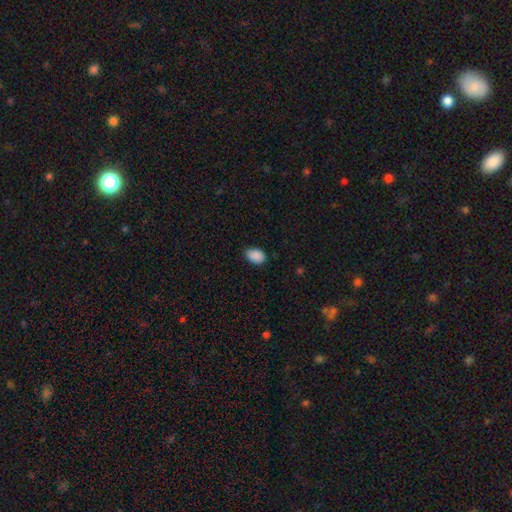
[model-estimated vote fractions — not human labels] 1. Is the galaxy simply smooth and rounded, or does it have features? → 89% smooth, 8% star or artifact, 3% featured or disk.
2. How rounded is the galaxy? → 82% in between, 17% round, 1% cigar-shaped.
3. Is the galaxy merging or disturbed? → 78% none, 18% minor disturbance, 3% major disturbance, 1% merger.